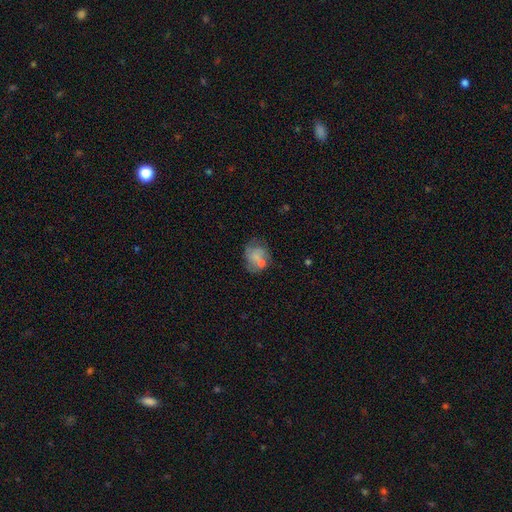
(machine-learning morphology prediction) Smooth or featured?
  - smooth: 60% *
  - featured or disk: 31%
  - star or artifact: 9%
How rounded?
  - round: 57% *
  - in between: 42%
  - cigar-shaped: 1%
Merging?
  - none: 37% *
  - merger: 29%
  - minor disturbance: 21%
  - major disturbance: 14%